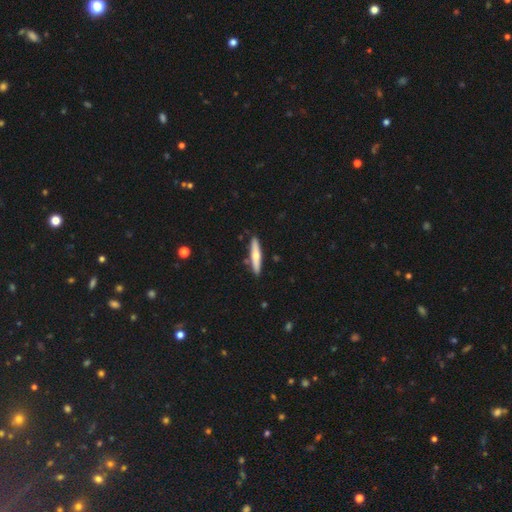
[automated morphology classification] A smooth galaxy with no disk features (54%) that is cigar-shaped (87%). Merging: none (87%).